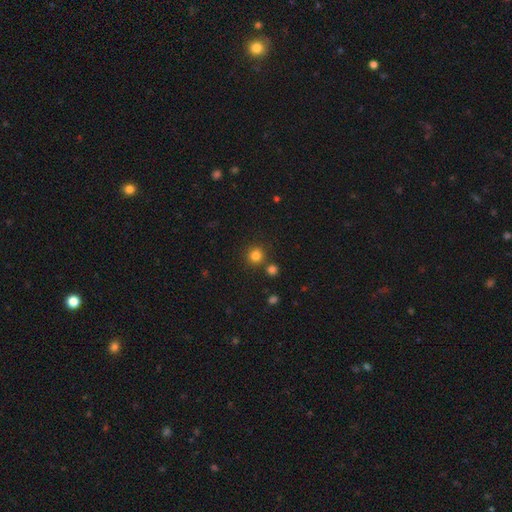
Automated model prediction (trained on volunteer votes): This is clearly a smooth galaxy (81%). How rounded: clearly round (92%). Merging: likely none (80%).